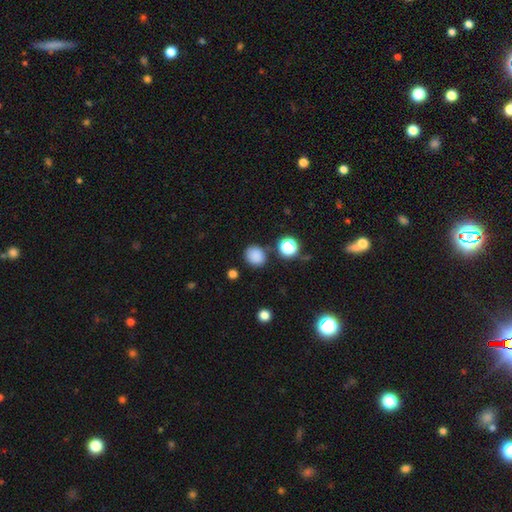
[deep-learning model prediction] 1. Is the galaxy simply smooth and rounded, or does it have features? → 84% smooth, 12% star or artifact, 4% featured or disk.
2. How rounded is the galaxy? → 75% round, 24% in between, 1% cigar-shaped.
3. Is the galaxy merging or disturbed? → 79% none, 13% minor disturbance, 5% merger, 4% major disturbance.